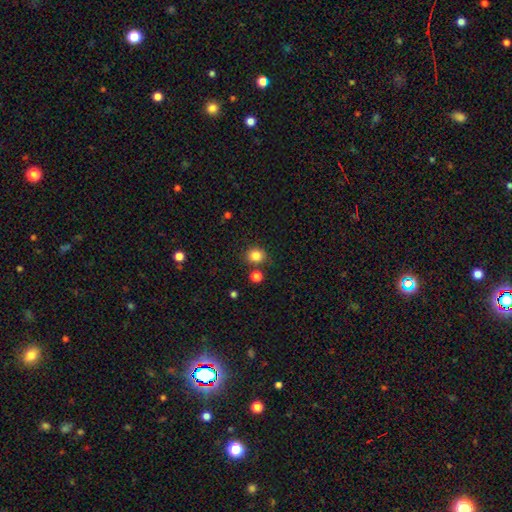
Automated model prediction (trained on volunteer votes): This appears to be a smooth galaxy with no disk features (83%) that is round (85%). Merging: none (81%).